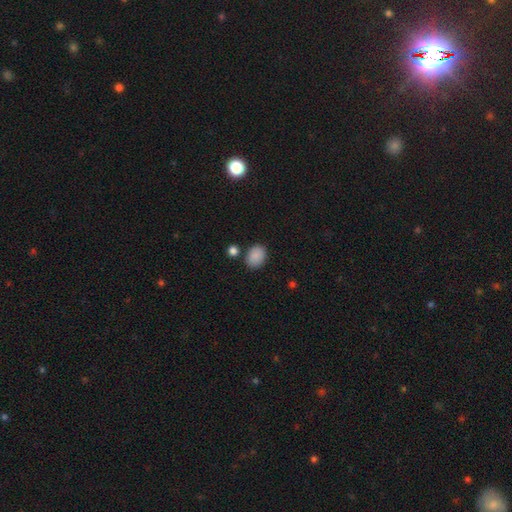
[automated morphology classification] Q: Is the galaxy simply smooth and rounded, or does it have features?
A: smooth — 88%.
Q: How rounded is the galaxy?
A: in between — 67%.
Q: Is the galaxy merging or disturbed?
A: none — 80%.